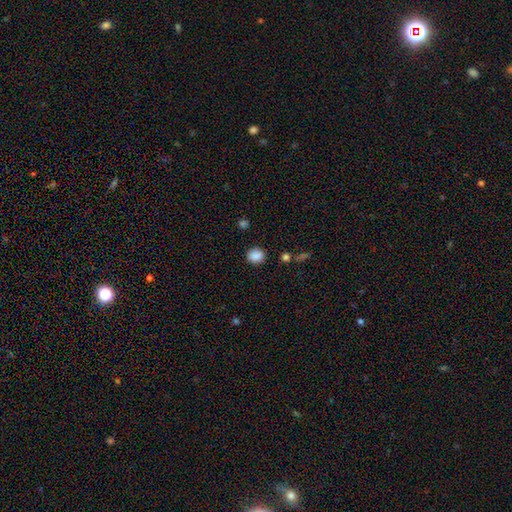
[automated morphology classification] This is clearly a smooth galaxy (86%). How rounded: likely round (71%). Merging: clearly none (83%).